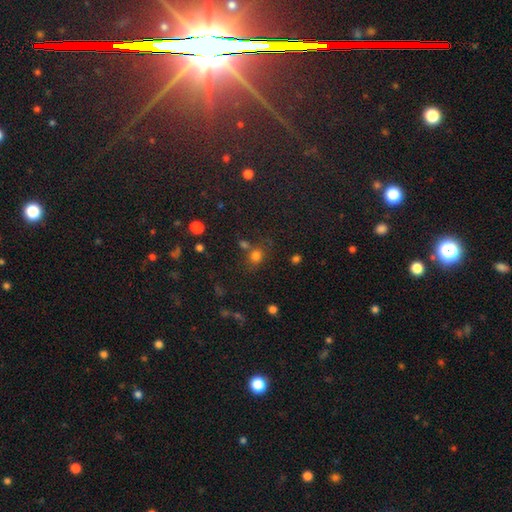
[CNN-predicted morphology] smooth_or_featured: smooth (p=0.73) [alt: star or artifact p=0.19]
how_rounded: round (p=0.72) [alt: in between p=0.27]
merging: none (p=0.62) [alt: merger p=0.20]